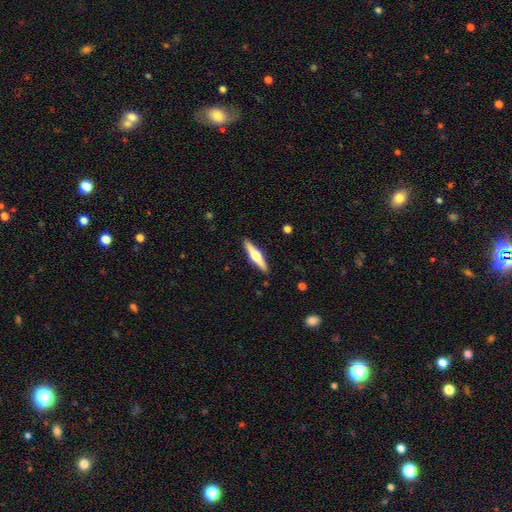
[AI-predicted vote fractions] featured or disk 63%, smooth 32%, star or artifact 5%. Down the decision tree: edge-on disk — yes (97%); edge-on bulge — rounded (94%); merging — none (91%).